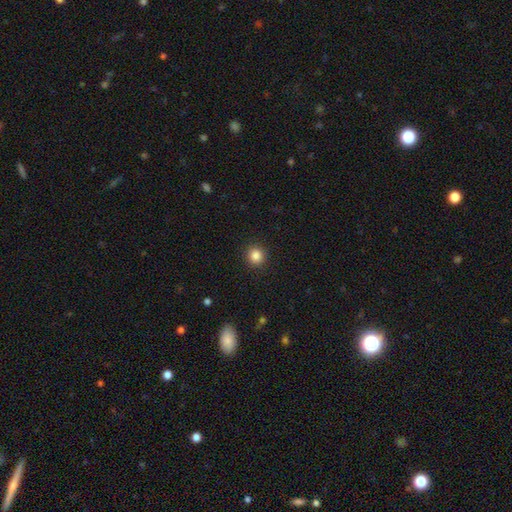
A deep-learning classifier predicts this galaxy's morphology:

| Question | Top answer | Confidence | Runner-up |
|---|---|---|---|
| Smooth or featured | smooth | 85% | star or artifact (11%) |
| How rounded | round | 91% | in between (8%) |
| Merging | none | 92% | minor disturbance (5%) |